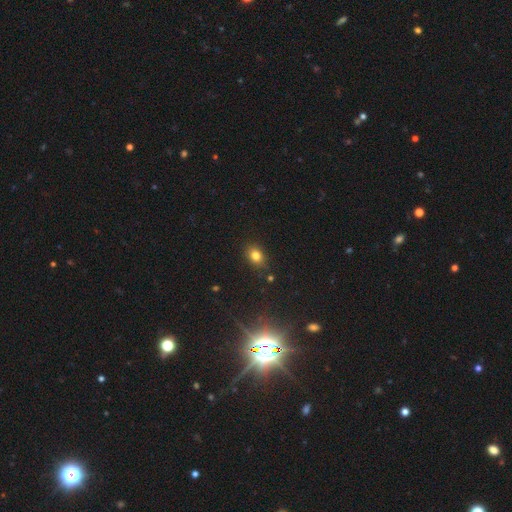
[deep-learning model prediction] smooth 79%, star or artifact 14%, featured or disk 7%. Down the decision tree: how rounded — in between (59%); merging — none (82%).